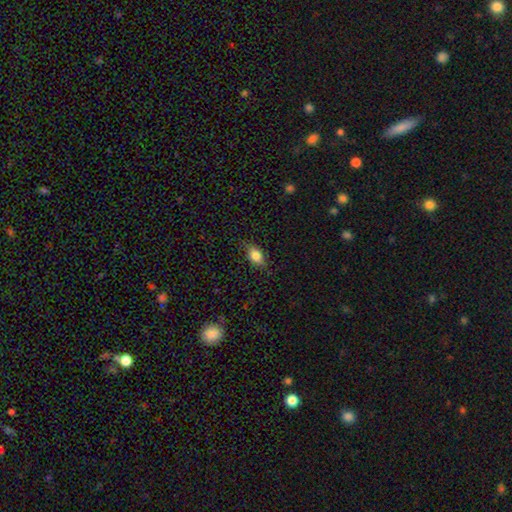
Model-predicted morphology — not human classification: type=smooth (82%); roundness=in between (83%); merging=none (77%).